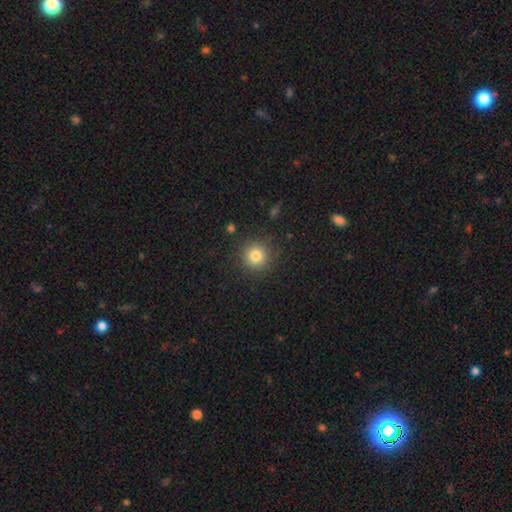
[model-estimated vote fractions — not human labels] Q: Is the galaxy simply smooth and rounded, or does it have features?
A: smooth — 82%.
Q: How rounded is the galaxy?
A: round — 94%.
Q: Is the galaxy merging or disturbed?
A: none — 89%.